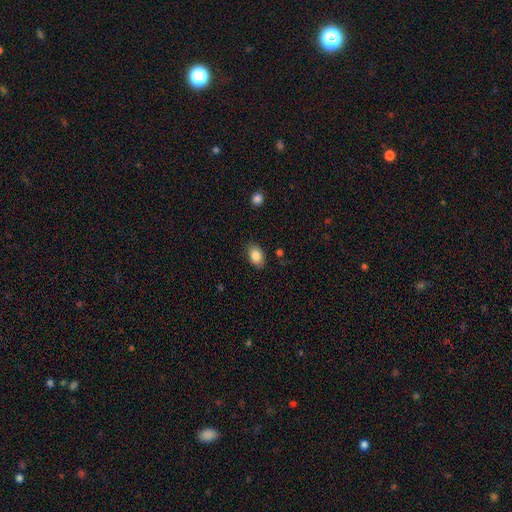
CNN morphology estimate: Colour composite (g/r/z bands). It shows a smooth galaxy with no disk features (86%) that is in between round and cigar-shaped (83%). Merging: none (83%).